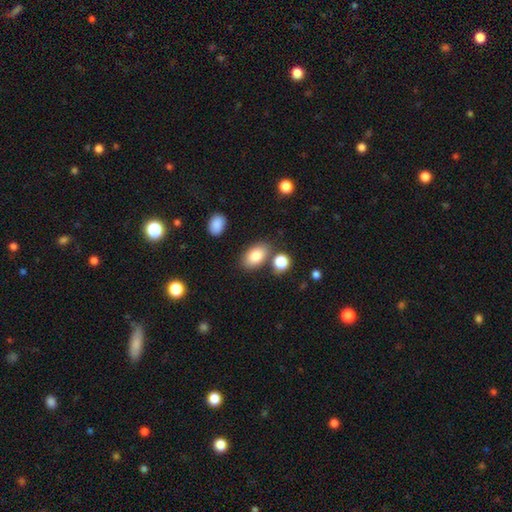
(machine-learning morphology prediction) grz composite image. It shows a smooth galaxy with no disk features (81%) that is in between round and cigar-shaped (88%). Merging: none (76%).